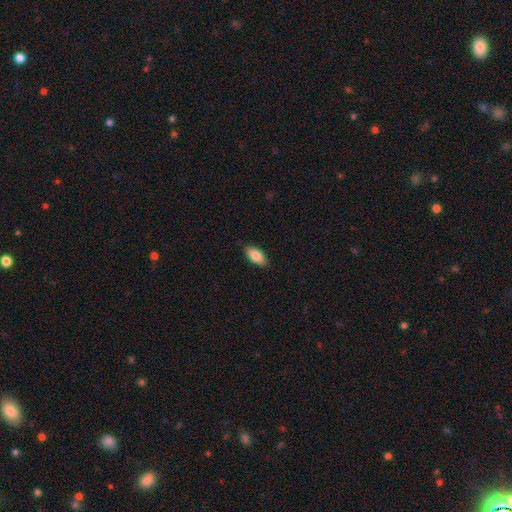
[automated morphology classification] smooth 85%, featured or disk 9%, star or artifact 6%. Down the decision tree: how rounded — in between (90%); merging — none (89%).